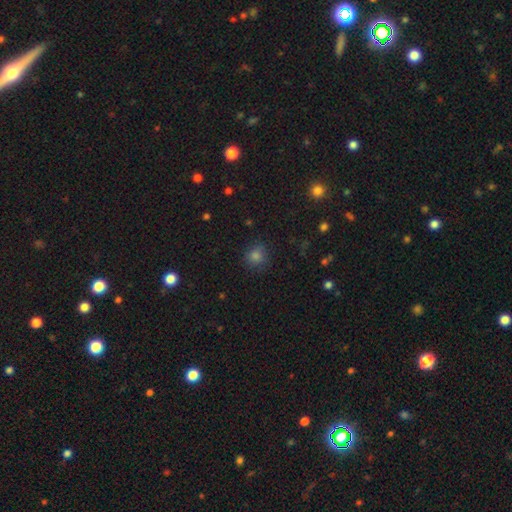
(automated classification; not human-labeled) Morphology: type=smooth (77%); roundness=round (88%); merging=none (86%).